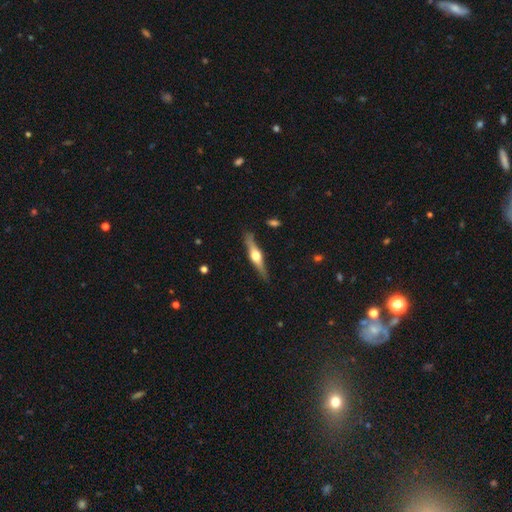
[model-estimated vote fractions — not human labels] smooth_or_featured: featured or disk (p=0.73) [alt: smooth p=0.21]
disk_edge_on: yes (p=0.97) [alt: no p=0.03]
edge_on_bulge: rounded (p=0.94) [alt: boxy p=0.04]
merging: none (p=0.86) [alt: minor disturbance p=0.10]